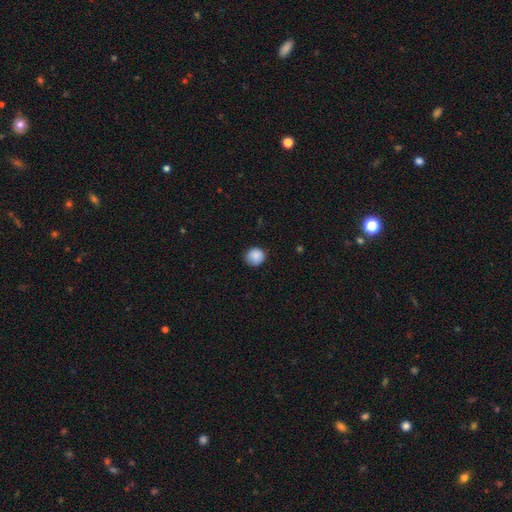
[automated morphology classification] This appears to be a smooth galaxy with no disk features (87%) that is round (87%). Merging: none (81%).